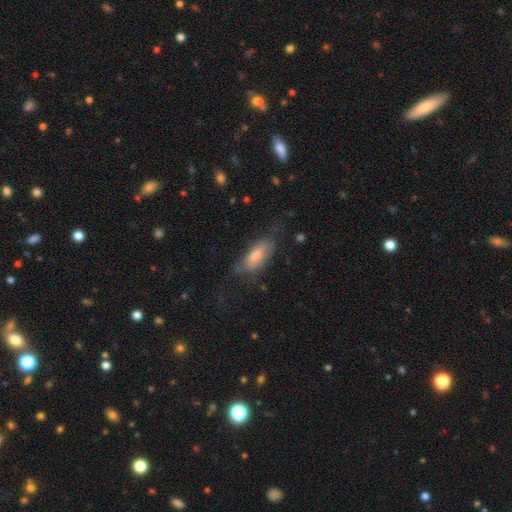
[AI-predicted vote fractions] Smooth or featured? Predicted: smooth (p=0.61). How rounded? Predicted: in between (p=0.74). Merging? Predicted: none (p=0.55).